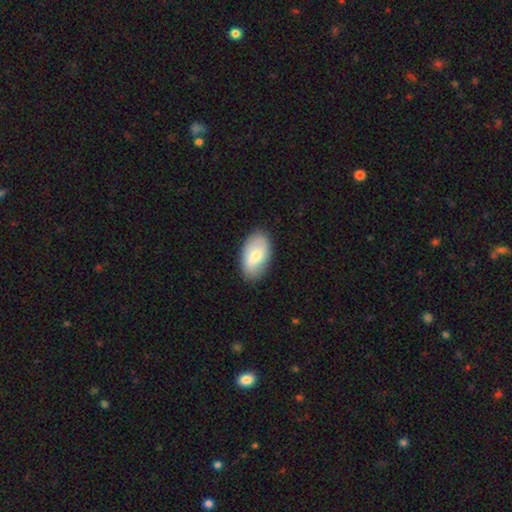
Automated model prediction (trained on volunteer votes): Morphology: type=smooth (68%); roundness=in between (94%); merging=none (86%).